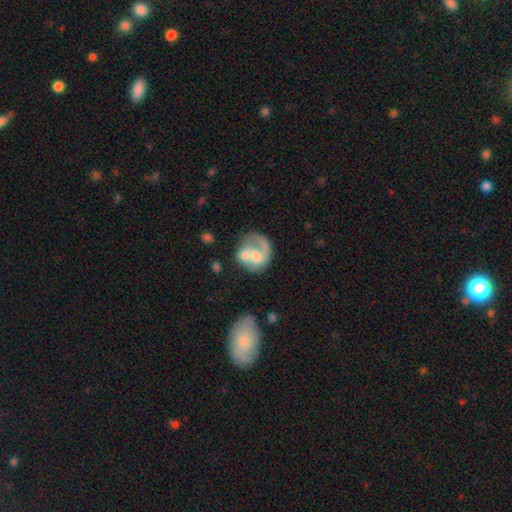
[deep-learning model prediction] Morphology: type=featured or disk (58%); edge-on=no (98%); bar=no (71%); spiral arms=yes (63%); bulge=moderate (38%); merging=none (34%).